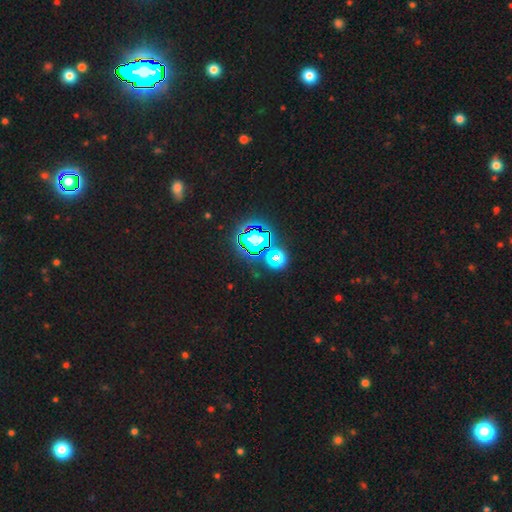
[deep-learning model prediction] This is likely a star or artifact rather than a galaxy (79%).